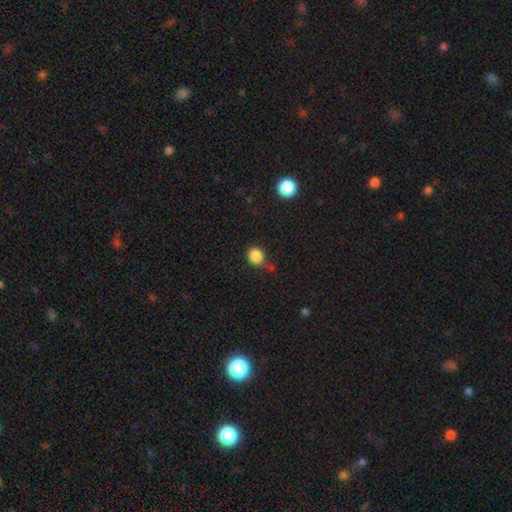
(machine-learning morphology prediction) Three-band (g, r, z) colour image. It shows a smooth galaxy with no disk features (86%) that is round (83%). Merging: none (67%).